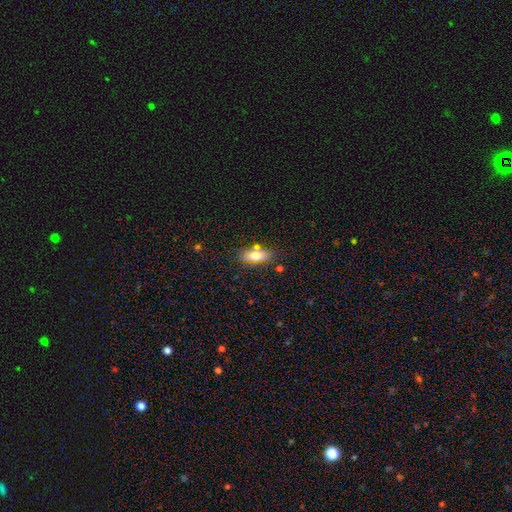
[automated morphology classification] Smooth or featured? smooth (71%)
How rounded? in between (81%)
Merging? none (69%)